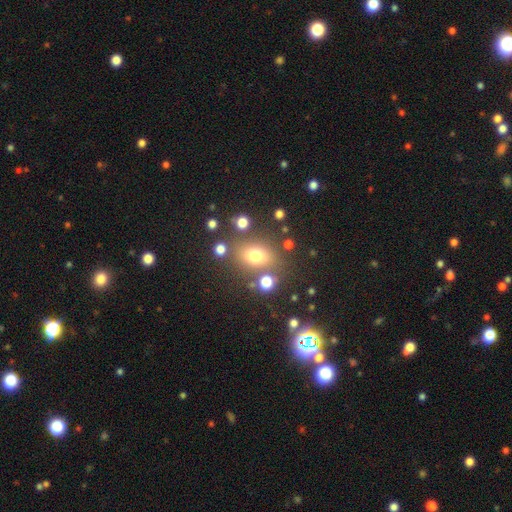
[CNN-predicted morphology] Q: Smooth or featured?
A: smooth (70%); runner-up: star or artifact (17%)
Q: How rounded?
A: in between (58%); runner-up: round (40%)
Q: Merging?
A: none (73%); runner-up: minor disturbance (12%)